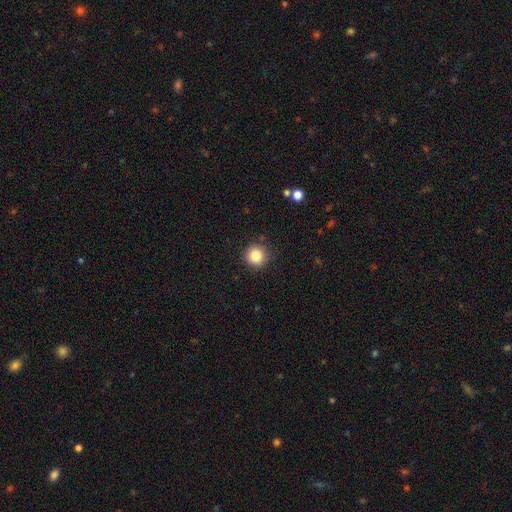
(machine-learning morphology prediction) This appears to be a smooth galaxy with no disk features (84%) that is round (94%). Merging: none (89%).